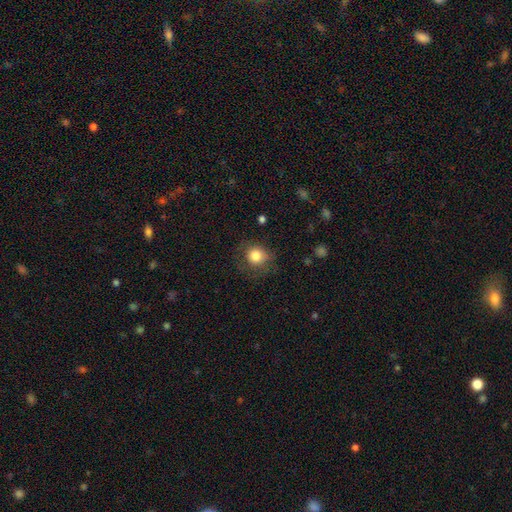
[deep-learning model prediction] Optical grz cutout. It shows a smooth galaxy with no disk features (82%) that is round (87%). Merging: none (71%).